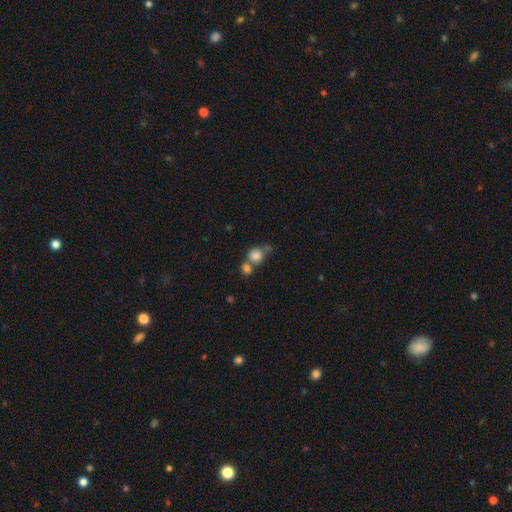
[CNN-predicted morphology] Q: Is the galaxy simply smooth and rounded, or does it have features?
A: smooth — 81%.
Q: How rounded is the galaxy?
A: round — 75%.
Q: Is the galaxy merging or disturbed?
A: merger — 46%.